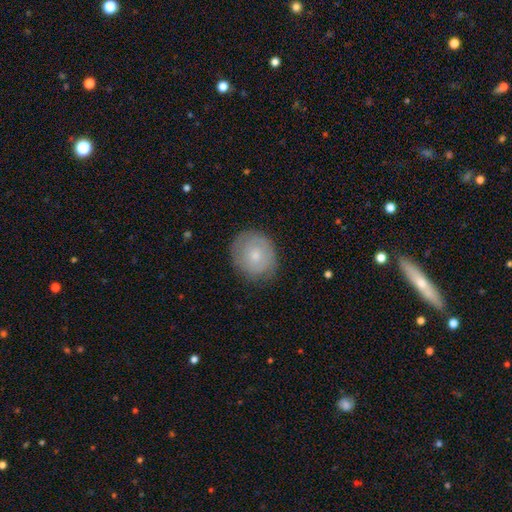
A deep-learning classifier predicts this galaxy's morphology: This is likely a smooth galaxy (61%). How rounded: likely round (76%). Merging: likely none (79%).